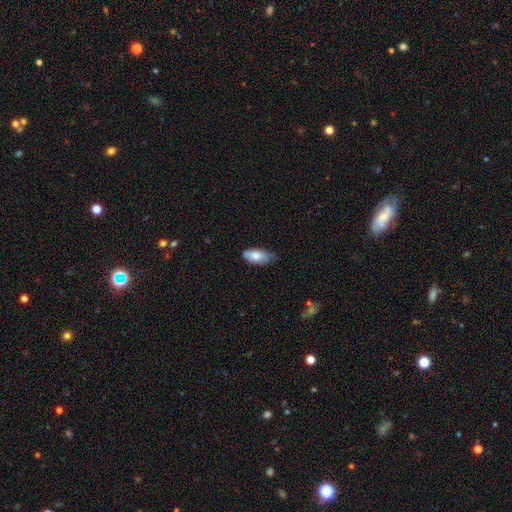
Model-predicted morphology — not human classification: Overall: smooth (75%). How rounded: in between (89%). Merging: none (50%; minor disturbance 41%).